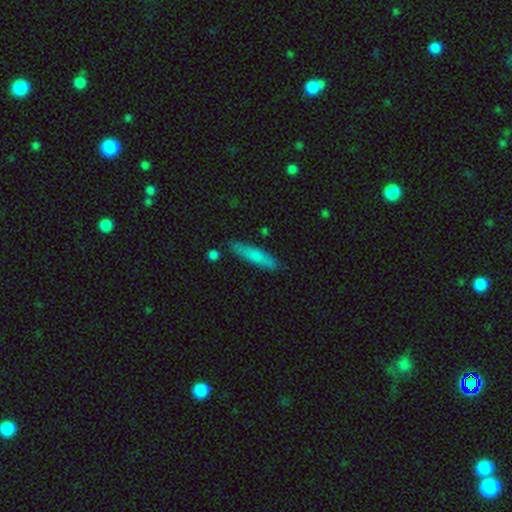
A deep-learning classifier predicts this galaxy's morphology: This is likely a smooth galaxy (74%). How rounded: clearly cigar-shaped (84%). Merging: clearly none (81%).